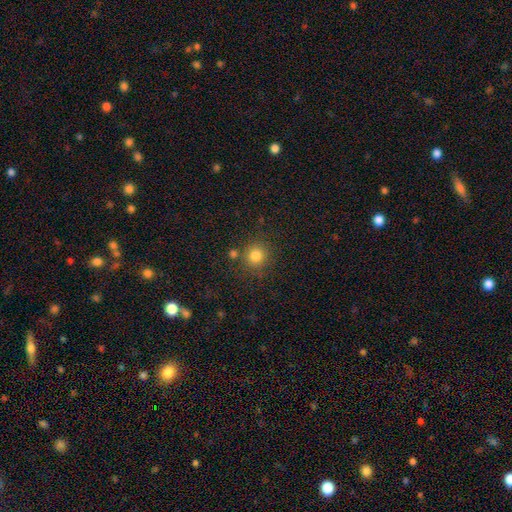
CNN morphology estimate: Q: Smooth or featured?
A: smooth (81%); runner-up: star or artifact (13%)
Q: How rounded?
A: round (91%); runner-up: in between (8%)
Q: Merging?
A: none (81%); runner-up: minor disturbance (9%)